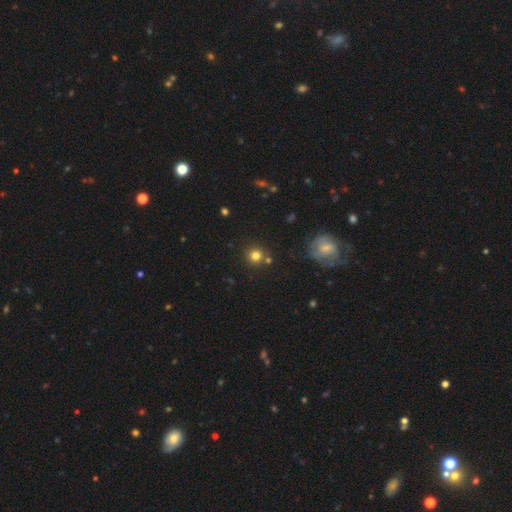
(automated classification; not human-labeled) smooth-or-featured: smooth: 78% | star or artifact: 15% | featured or disk: 7%
  how-rounded: round: 92% | in between: 7% | cigar-shaped: 1%
  merging: none: 79% | merger: 10% | minor disturbance: 8% | major disturbance: 3%